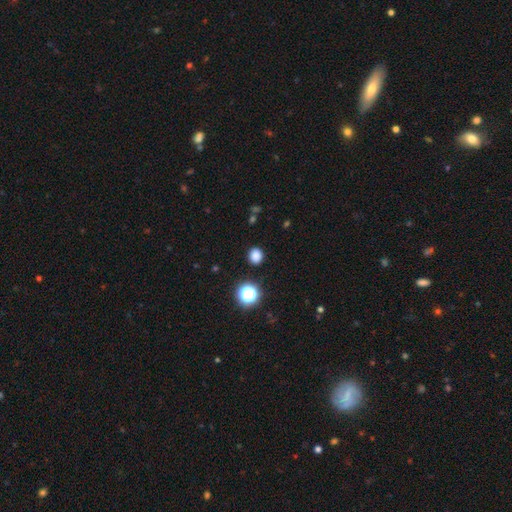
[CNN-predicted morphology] The model was most divided on "how rounded": round: 77%, in between: 22%, cigar-shaped: 1%. More confident: merging — none (90%); smooth or featured — smooth (82%).